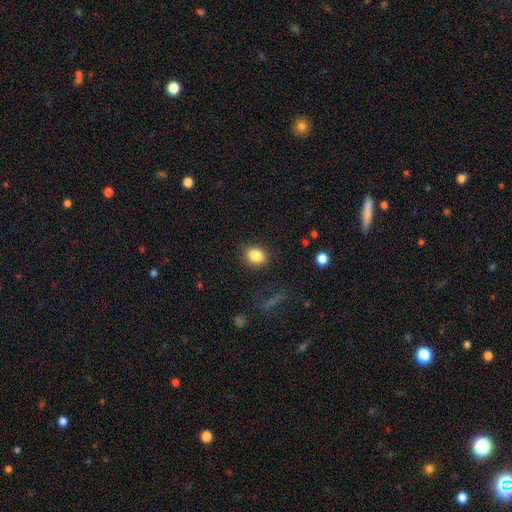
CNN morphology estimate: Smooth or featured? Predicted: smooth (p=0.85). How rounded? Predicted: round (p=0.56). Merging? Predicted: none (p=0.86).